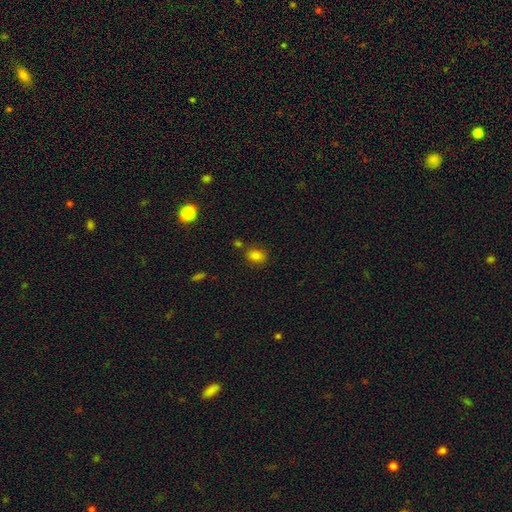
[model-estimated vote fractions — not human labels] The model was most divided on "how rounded": in between: 63%, round: 36%, cigar-shaped: 1%. More confident: smooth or featured — smooth (81%); merging — none (74%).